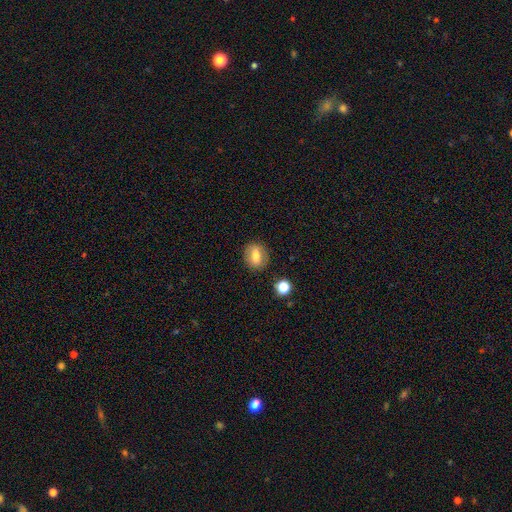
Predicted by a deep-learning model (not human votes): smooth-or-featured: smooth: 65% | featured or disk: 25% | star or artifact: 10%
  how-rounded: in between: 49% | round: 48% | cigar-shaped: 3%
  merging: none: 85% | minor disturbance: 10% | major disturbance: 3% | merger: 2%